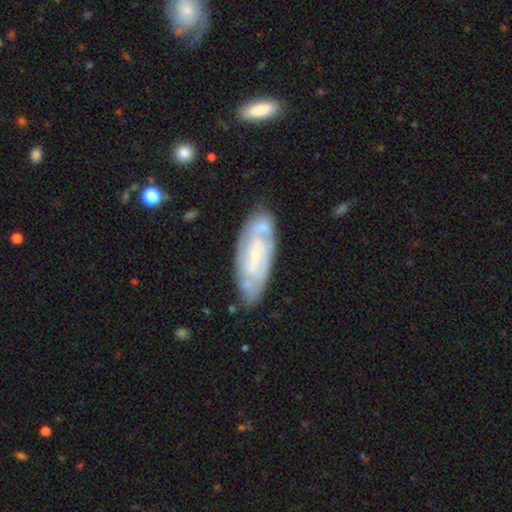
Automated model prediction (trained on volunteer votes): Q: Smooth or featured?
A: featured or disk (72%); runner-up: smooth (22%)
Q: Edge-on disk?
A: no (89%); runner-up: yes (11%)
Q: Bar?
A: no (52%); runner-up: weak (37%)
Q: Spiral arms?
A: yes (83%); runner-up: no (17%)
Q: Spiral winding?
A: tight (58%); runner-up: medium (33%)
Q: Spiral arm count?
A: can't tell (45%); runner-up: 2 (32%)
Q: Bulge size?
A: small (69%); runner-up: moderate (22%)
Q: Merging?
A: none (72%); runner-up: minor disturbance (18%)